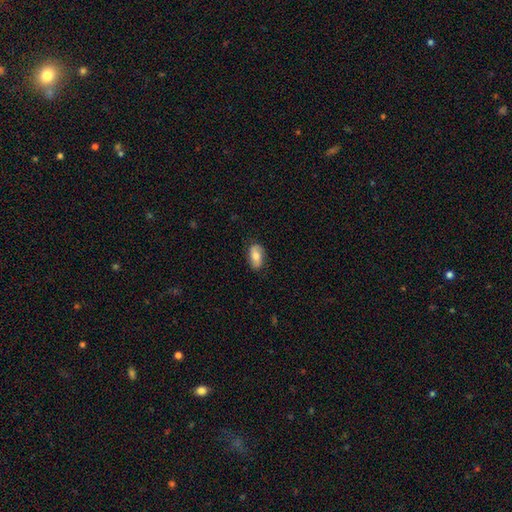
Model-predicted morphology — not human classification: Smooth or featured? smooth (64%)
How rounded? in between (91%)
Merging? none (78%)